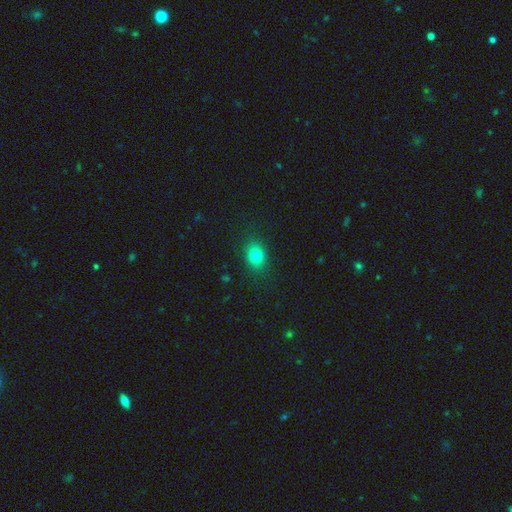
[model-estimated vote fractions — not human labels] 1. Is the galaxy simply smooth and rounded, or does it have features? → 81% smooth, 12% star or artifact, 7% featured or disk.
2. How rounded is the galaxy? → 57% in between, 41% round, 1% cigar-shaped.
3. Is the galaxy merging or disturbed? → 86% none, 10% minor disturbance, 3% major disturbance, 1% merger.